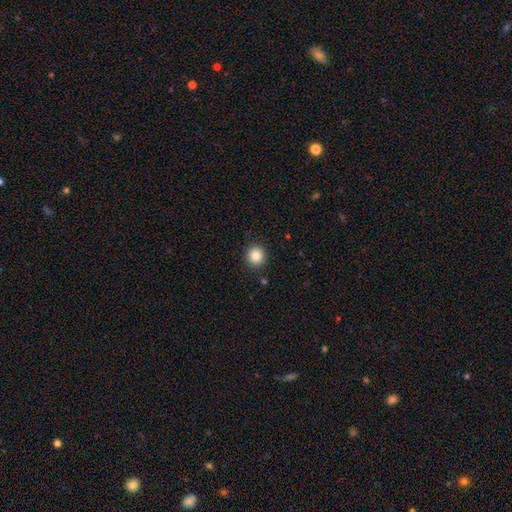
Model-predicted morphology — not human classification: A smooth galaxy with no disk features (85%) that is round (91%).

Vote fractions:
- Smooth or featured? smooth: 85% / star or artifact: 10% / featured or disk: 5%
- How rounded? round: 91% / in between: 8% / cigar-shaped: 1%
- Merging? none: 91% / minor disturbance: 6% / major disturbance: 2% / merger: 1%